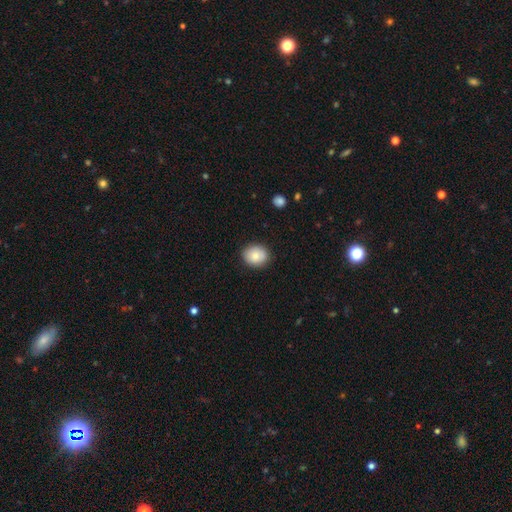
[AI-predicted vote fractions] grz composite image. It shows a smooth galaxy with no disk features (84%) that is round (61%). Merging: none (87%).